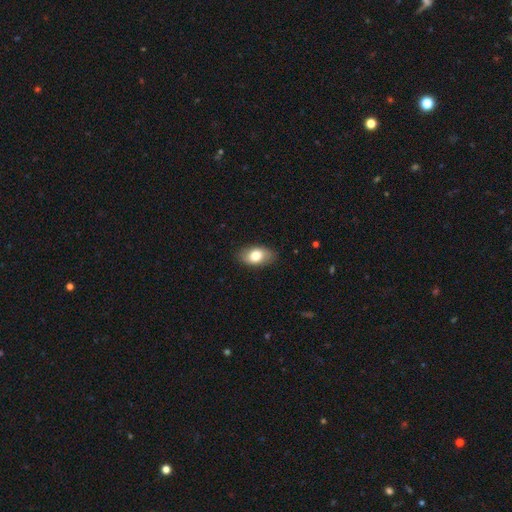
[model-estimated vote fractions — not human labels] Smooth or featured: smooth — 76% (featured or disk — 17%)
How rounded: in between — 91% (round — 7%)
Merging: none — 85% (minor disturbance — 11%)